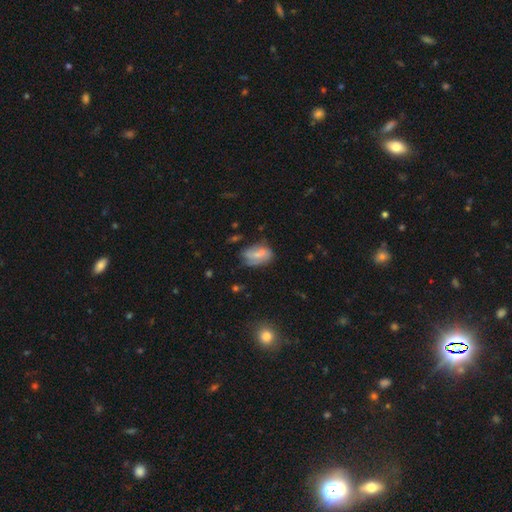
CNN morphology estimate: Smooth or featured?
  - smooth: 53% *
  - featured or disk: 38%
  - star or artifact: 10%
How rounded?
  - in between: 86% *
  - round: 10%
  - cigar-shaped: 3%
Merging?
  - none: 48% *
  - minor disturbance: 31%
  - major disturbance: 14%
  - merger: 8%